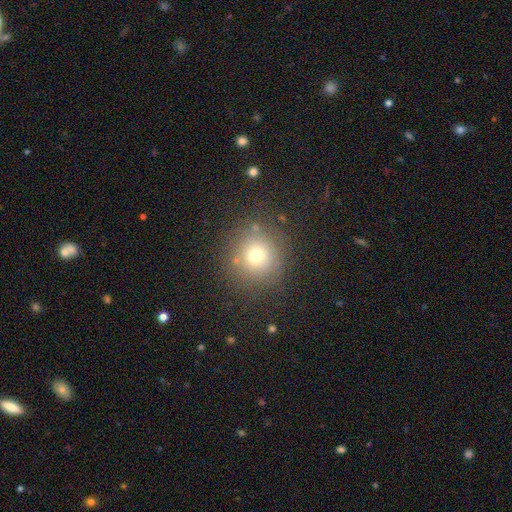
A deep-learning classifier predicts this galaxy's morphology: This appears to be a smooth galaxy with no disk features (70%) that is round (93%). Merging: none (82%).